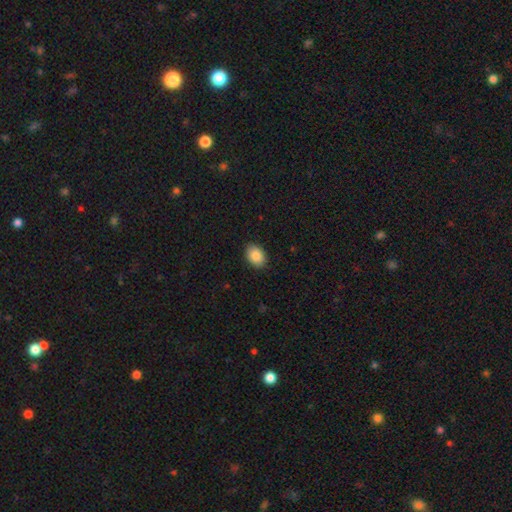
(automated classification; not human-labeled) Morphology: type=smooth (88%); roundness=in between (75%); merging=none (89%).